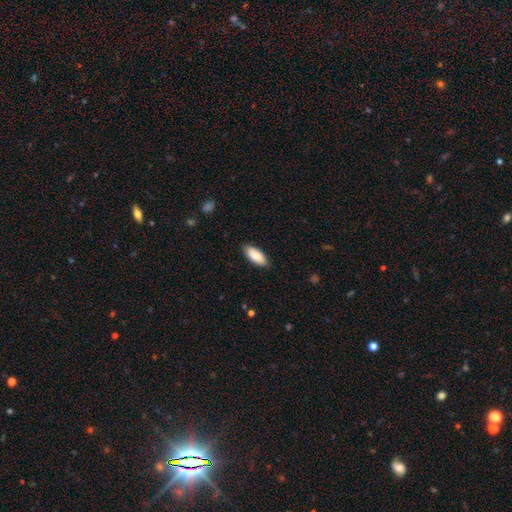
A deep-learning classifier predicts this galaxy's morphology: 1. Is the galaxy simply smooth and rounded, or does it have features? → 85% smooth, 9% featured or disk, 6% star or artifact.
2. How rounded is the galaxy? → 83% in between, 15% cigar-shaped, 2% round.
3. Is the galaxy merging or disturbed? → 86% none, 11% minor disturbance, 2% major disturbance, 1% merger.